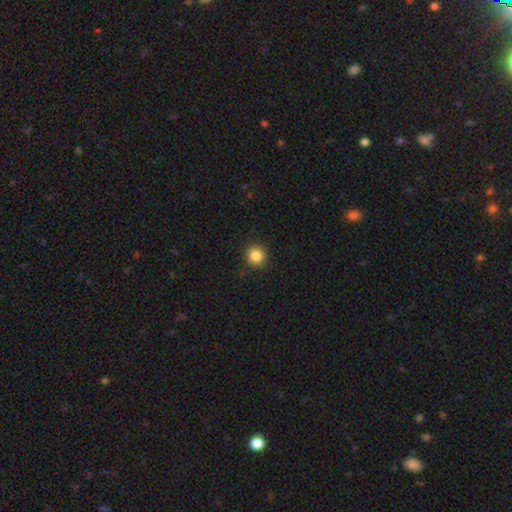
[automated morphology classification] Smooth or featured? Predicted: smooth (p=0.85). How rounded? Predicted: round (p=0.94). Merging? Predicted: none (p=0.91).